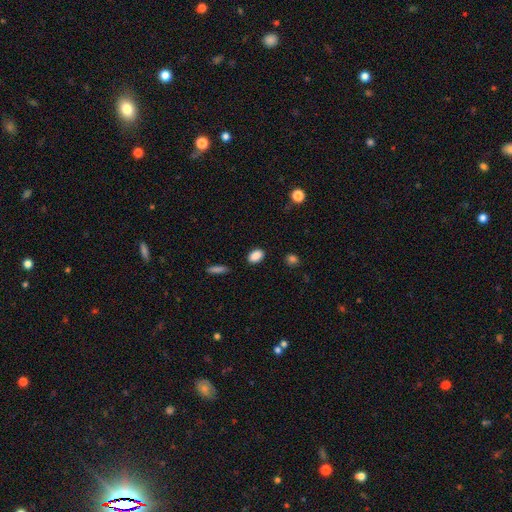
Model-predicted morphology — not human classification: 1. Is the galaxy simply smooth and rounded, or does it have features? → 89% smooth, 8% star or artifact, 3% featured or disk.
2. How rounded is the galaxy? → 86% in between, 12% round, 2% cigar-shaped.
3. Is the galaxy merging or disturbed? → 87% none, 9% minor disturbance, 2% major disturbance, 2% merger.